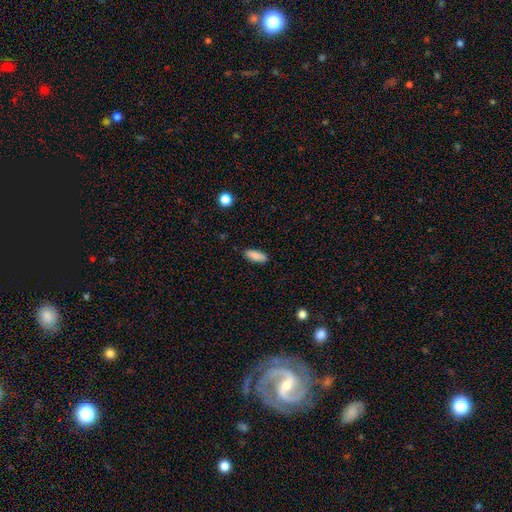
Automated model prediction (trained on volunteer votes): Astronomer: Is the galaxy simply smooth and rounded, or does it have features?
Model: smooth — 86%.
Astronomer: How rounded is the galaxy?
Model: in between — 71%.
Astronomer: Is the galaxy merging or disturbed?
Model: none — 87%.